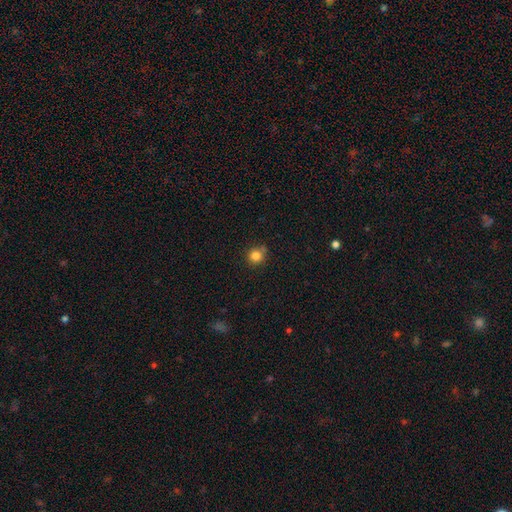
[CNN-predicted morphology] smooth_or_featured: smooth (p=0.83) [alt: star or artifact p=0.12]
how_rounded: round (p=0.91) [alt: in between p=0.08]
merging: none (p=0.74) [alt: minor disturbance p=0.16]